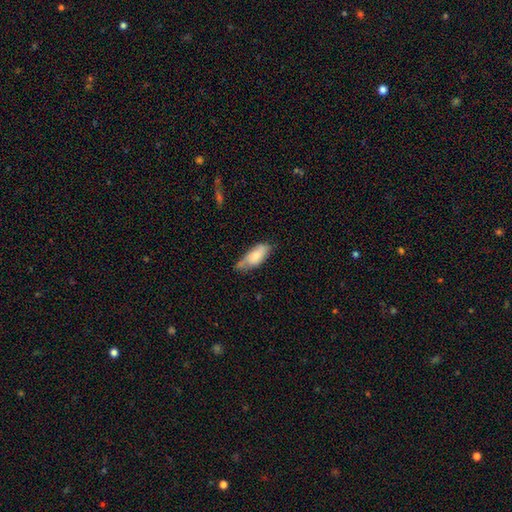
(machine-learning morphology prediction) Smooth or featured?
  - smooth: 75% *
  - featured or disk: 19%
  - star or artifact: 6%
How rounded?
  - in between: 79% *
  - cigar-shaped: 19%
  - round: 2%
Merging?
  - none: 44% *
  - minor disturbance: 41%
  - major disturbance: 10%
  - merger: 6%